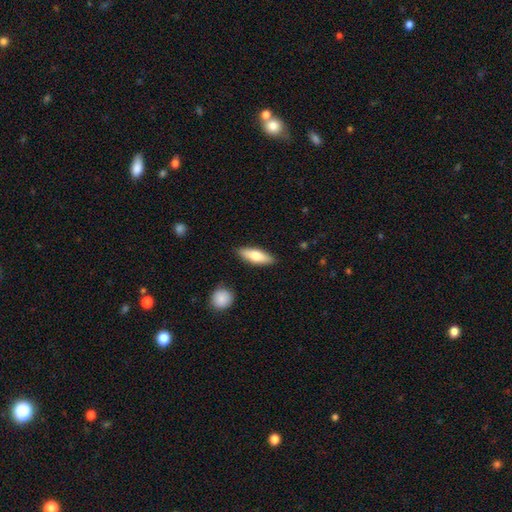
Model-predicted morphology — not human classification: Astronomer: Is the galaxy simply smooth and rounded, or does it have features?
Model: smooth — 67%.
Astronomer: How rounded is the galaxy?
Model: in between — 52% (runner-up: cigar-shaped, 46%).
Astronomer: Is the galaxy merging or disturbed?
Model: none — 86%.